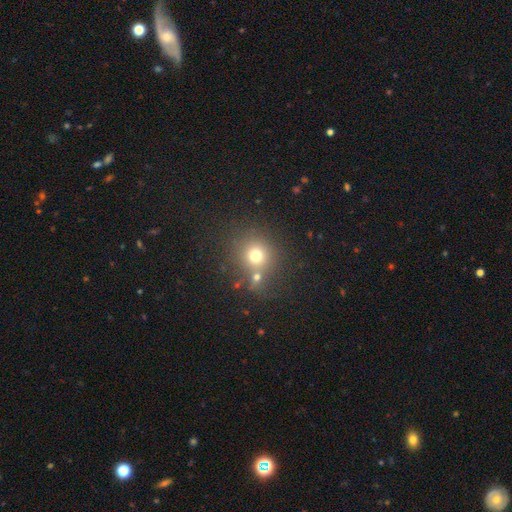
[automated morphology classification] Smooth or featured?
  - smooth: 71% *
  - star or artifact: 18%
  - featured or disk: 11%
How rounded?
  - round: 87% *
  - in between: 12%
  - cigar-shaped: 1%
Merging?
  - none: 63% *
  - merger: 23%
  - minor disturbance: 9%
  - major disturbance: 5%